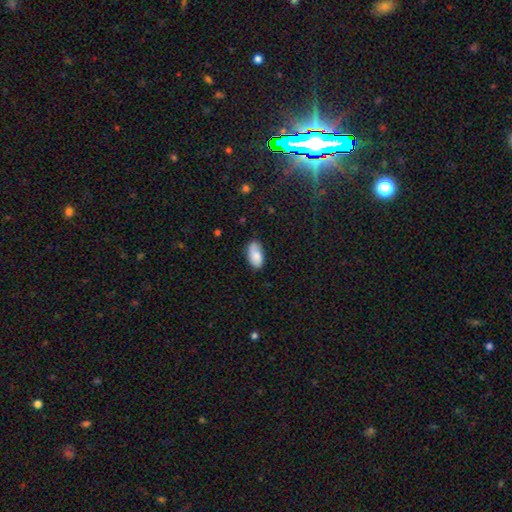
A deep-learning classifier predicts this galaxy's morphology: smooth_or_featured: smooth (p=0.81) [alt: featured or disk p=0.12]
how_rounded: in between (p=0.94) [alt: round p=0.03]
merging: none (p=0.73) [alt: minor disturbance p=0.21]